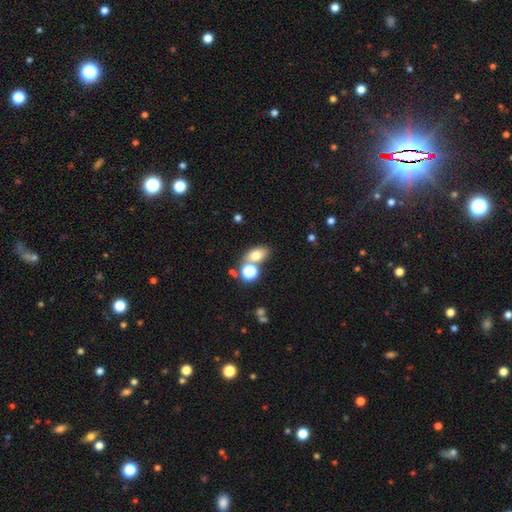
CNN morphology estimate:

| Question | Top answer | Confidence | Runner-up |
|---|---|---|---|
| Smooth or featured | smooth | 72% | star or artifact (15%) |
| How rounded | in between | 75% | round (23%) |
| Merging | none | 59% | merger (25%) |